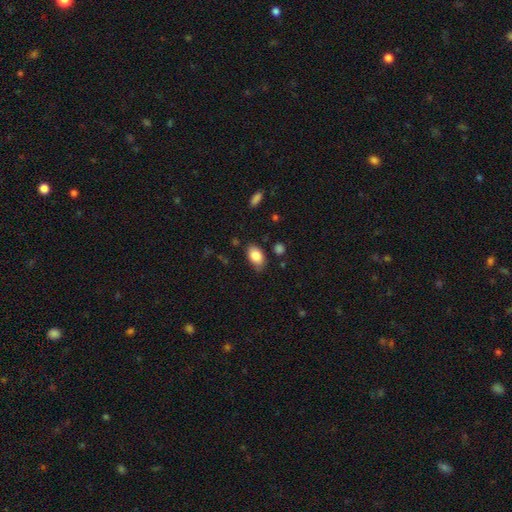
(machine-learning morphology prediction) A smooth galaxy with no disk features (85%) that is in between round and cigar-shaped (91%).

Vote fractions:
- Smooth or featured? smooth: 85% / featured or disk: 8% / star or artifact: 7%
- How rounded? in between: 91% / round: 8% / cigar-shaped: 1%
- Merging? none: 76% / minor disturbance: 18% / major disturbance: 3% / merger: 3%